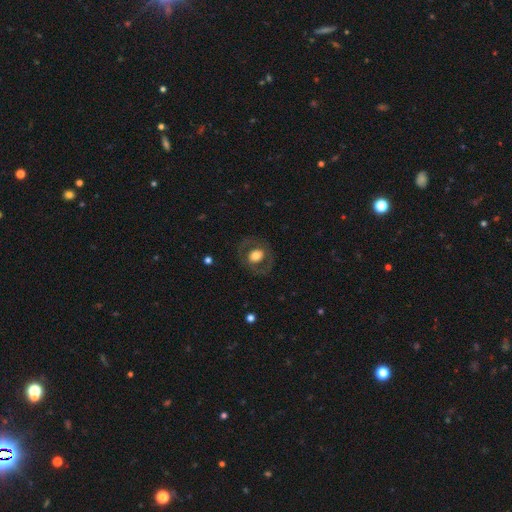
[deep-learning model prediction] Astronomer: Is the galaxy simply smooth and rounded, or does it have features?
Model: smooth — 53% (runner-up: featured or disk, 40%).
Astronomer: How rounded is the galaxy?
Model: round — 66%.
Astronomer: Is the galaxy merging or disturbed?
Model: none — 80%.